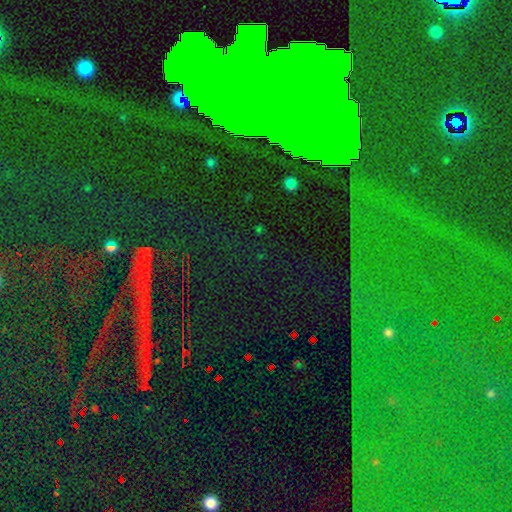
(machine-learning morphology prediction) This appears to be a star or artifact, not a galaxy (82%).